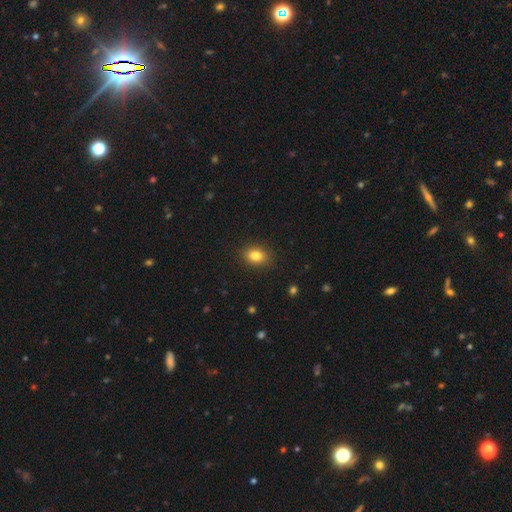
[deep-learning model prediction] The model was most divided on "how rounded": in between: 74%, round: 25%, cigar-shaped: 1%. More confident: merging — none (88%); smooth or featured — smooth (83%).